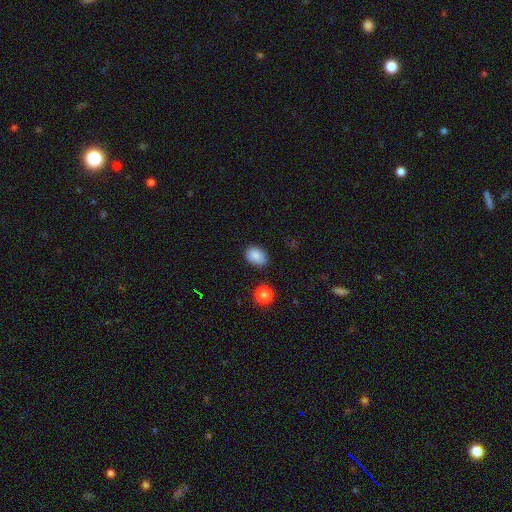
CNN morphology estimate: Smooth or featured?
  - smooth: 86% *
  - star or artifact: 10%
  - featured or disk: 5%
How rounded?
  - in between: 72% *
  - round: 27%
  - cigar-shaped: 1%
Merging?
  - none: 77% *
  - minor disturbance: 17%
  - major disturbance: 3%
  - merger: 3%